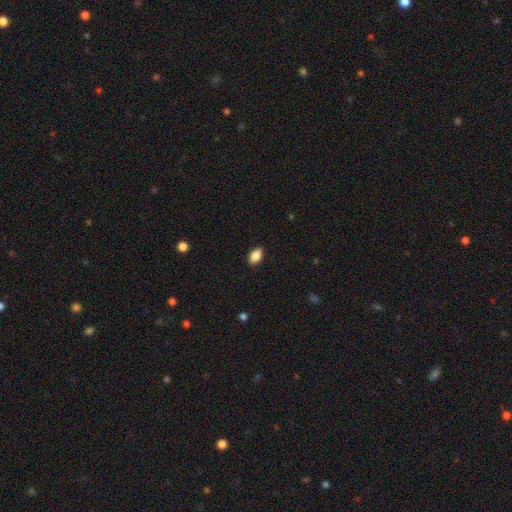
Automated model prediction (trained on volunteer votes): smooth-or-featured: smooth: 88% | star or artifact: 8% | featured or disk: 4%
  how-rounded: in between: 91% | round: 7% | cigar-shaped: 2%
  merging: none: 89% | minor disturbance: 8% | major disturbance: 2% | merger: 1%